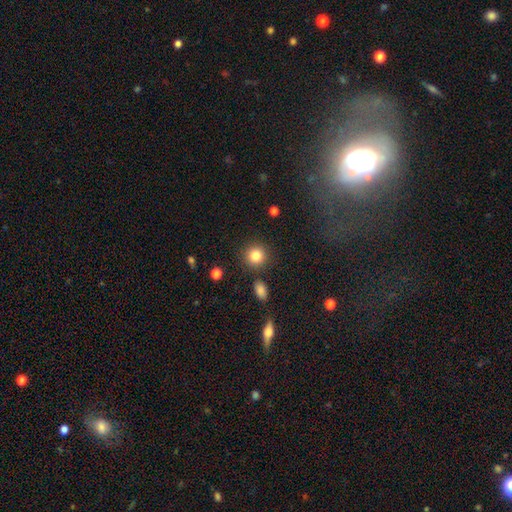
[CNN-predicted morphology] smooth 84%, star or artifact 10%, featured or disk 6%. Down the decision tree: how rounded — round (90%); merging — none (86%).